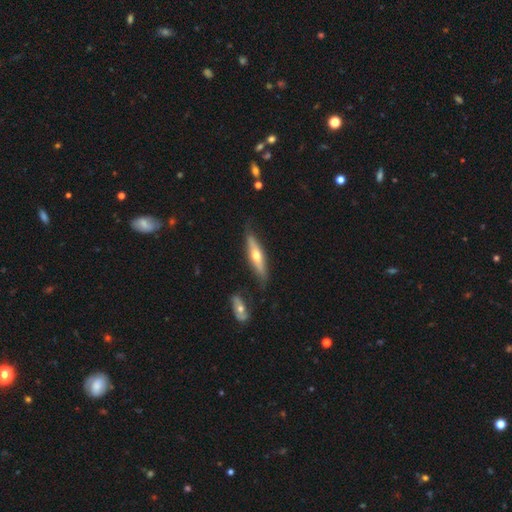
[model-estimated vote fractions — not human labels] Q: Smooth or featured?
A: featured or disk (53%); runner-up: smooth (42%)
Q: Edge-on disk?
A: yes (83%); runner-up: no (17%)
Q: Merging?
A: none (75%); runner-up: minor disturbance (18%)